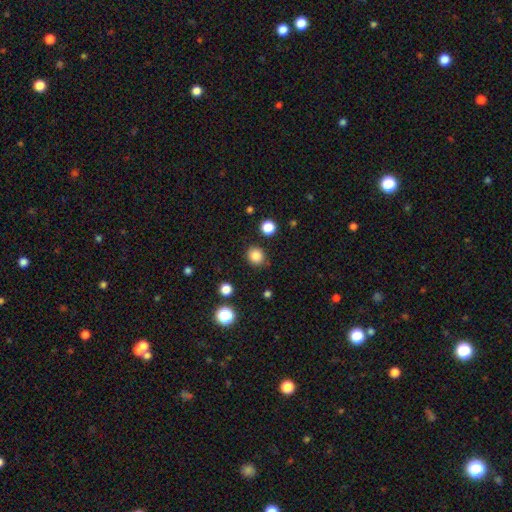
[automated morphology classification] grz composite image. It shows a smooth galaxy with no disk features (85%) that is round (80%). Merging: none (85%).